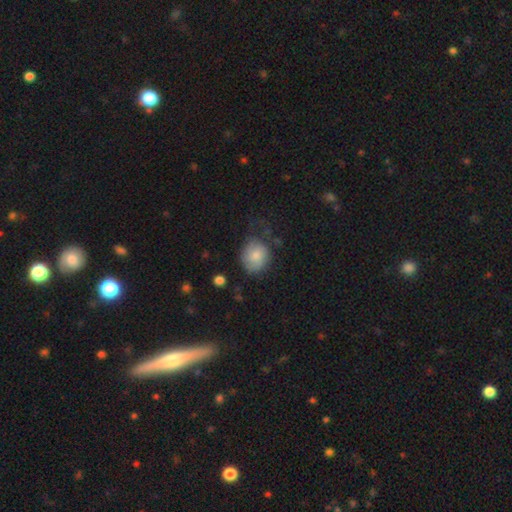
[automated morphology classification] This appears to be a smooth galaxy with no disk features (76%) that is round (66%). Merging: none (50%).